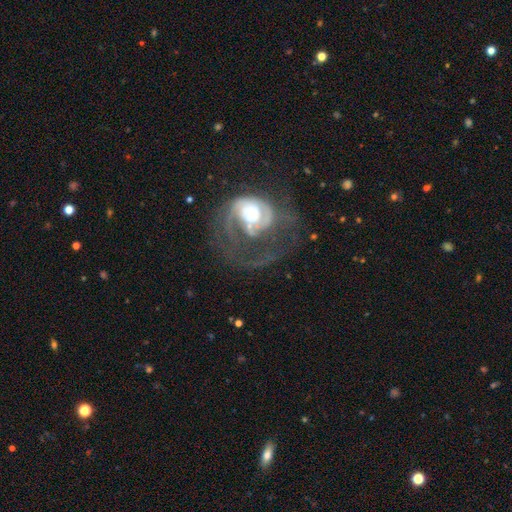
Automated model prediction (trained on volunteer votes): Morphology: type=featured or disk (61%); edge-on=no (96%); bar=no (59%); spiral arms=yes (58%); bulge=moderate (48%); merging=none (42%).